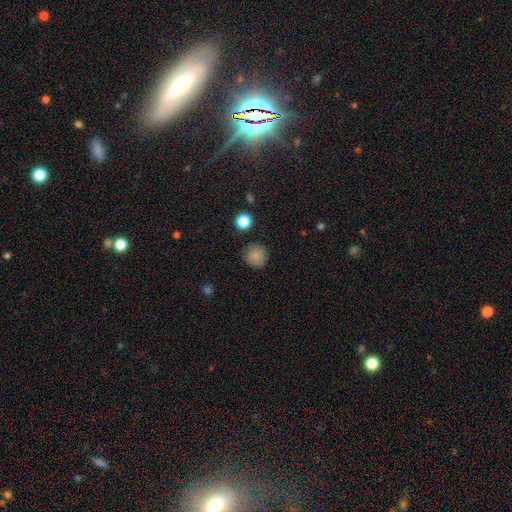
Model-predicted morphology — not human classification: A smooth galaxy with no disk features (83%) that is round (93%).

Vote fractions:
- Smooth or featured? smooth: 83% / star or artifact: 12% / featured or disk: 5%
- How rounded? round: 93% / in between: 6% / cigar-shaped: 1%
- Merging? none: 86% / minor disturbance: 10% / major disturbance: 3% / merger: 2%